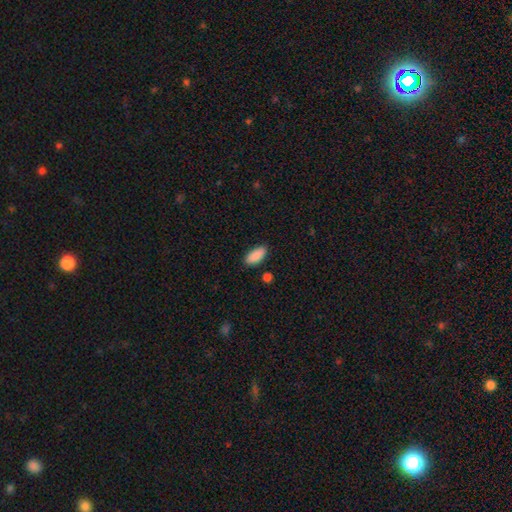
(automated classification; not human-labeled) Smooth or featured?
  - smooth: 90% *
  - star or artifact: 6%
  - featured or disk: 4%
How rounded?
  - in between: 90% *
  - cigar-shaped: 8%
  - round: 2%
Merging?
  - none: 83% *
  - minor disturbance: 12%
  - major disturbance: 2%
  - merger: 2%